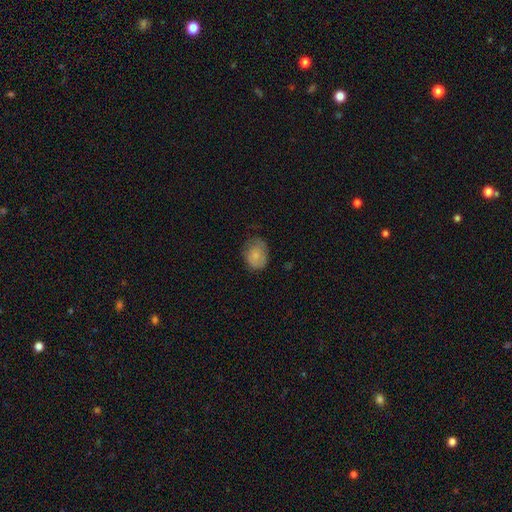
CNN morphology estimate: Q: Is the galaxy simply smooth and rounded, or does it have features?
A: smooth — 78%.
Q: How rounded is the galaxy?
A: in between — 56%.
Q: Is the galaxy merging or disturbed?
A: none — 56%.